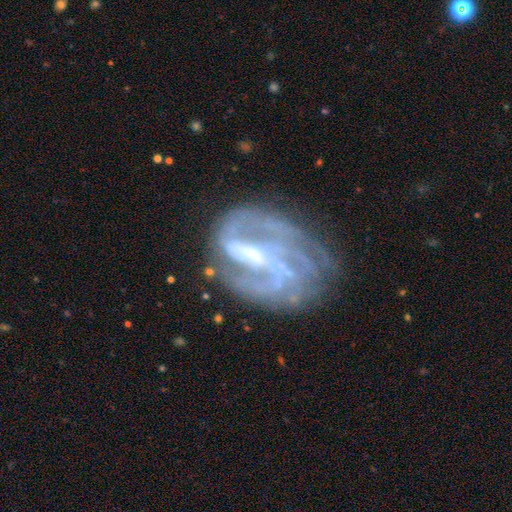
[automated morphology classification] A featured or disk galaxy (84%) with a weak bar (43%), tight (44%) spiral arms (85%) and a small central bulge (58%).

Vote fractions:
- Smooth or featured? featured or disk: 84% / smooth: 8% / star or artifact: 8%
- Edge-on disk? no: 97% / yes: 3%
- Bar? weak: 43% / strong: 35% / no: 23%
- Spiral arms? yes: 85% / no: 15%
- Spiral winding? tight: 44% / medium: 38% / loose: 18%
- Spiral arm count? can't tell: 35% / 2: 23% / 3: 19% / 4: 10% / 1: 7% / more than 4: 6%
- Bulge size? small: 58% / moderate: 24% / none: 15% / large: 2% / dominant: 1%
- Merging? none: 54% / minor disturbance: 21% / major disturbance: 21% / merger: 3%